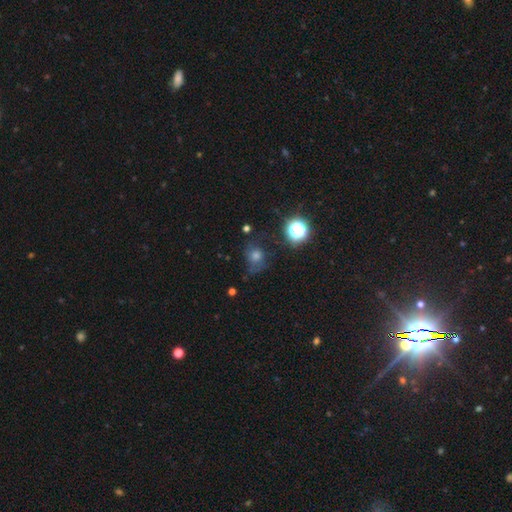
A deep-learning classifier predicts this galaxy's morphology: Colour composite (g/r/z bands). It shows a smooth galaxy with no disk features (48%). Merging: none (58%).